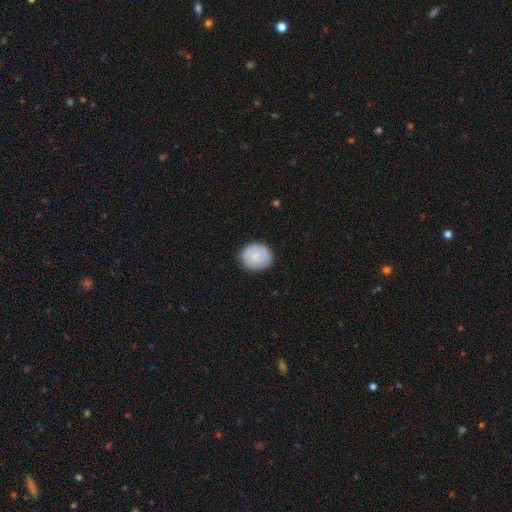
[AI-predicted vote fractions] Smooth or featured: smooth — 78% (featured or disk — 16%)
How rounded: round — 72% (in between — 27%)
Merging: none — 86% (minor disturbance — 11%)